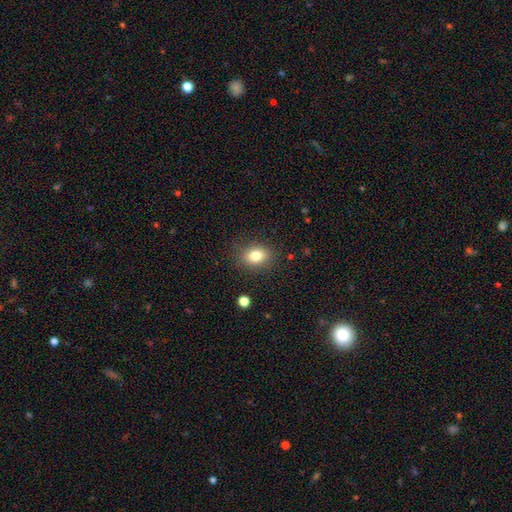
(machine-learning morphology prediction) Q: Smooth or featured?
A: smooth (81%); runner-up: star or artifact (10%)
Q: How rounded?
A: in between (67%); runner-up: round (31%)
Q: Merging?
A: none (85%); runner-up: minor disturbance (11%)